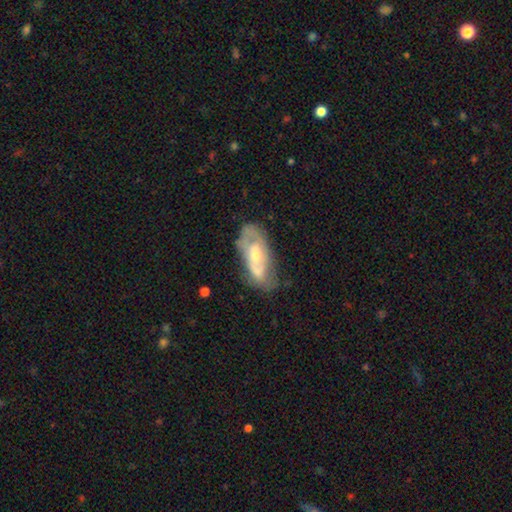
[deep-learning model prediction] smooth-or-featured: featured or disk: 62% | smooth: 31% | star or artifact: 7%
  disk-edge-on: no: 89% | yes: 11%
    bar: no: 62% | weak: 30% | strong: 8%
    has-spiral-arms: yes: 57% | no: 43%
    bulge-size: moderate: 56% | small: 36% | large: 5% | none: 3% | dominant: 1%
  merging: none: 50% | minor disturbance: 29% | major disturbance: 13% | merger: 7%